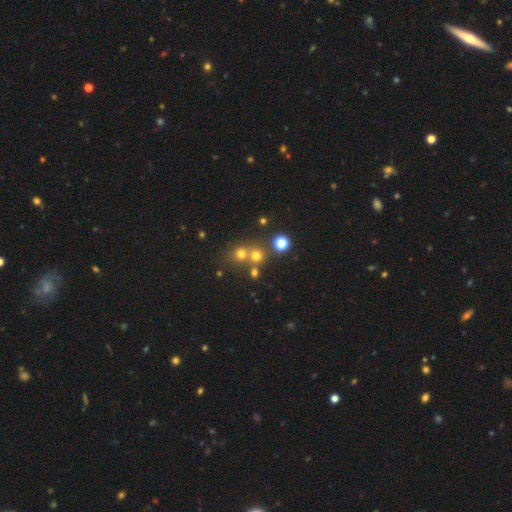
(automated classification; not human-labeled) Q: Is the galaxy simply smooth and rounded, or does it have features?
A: smooth — 64%.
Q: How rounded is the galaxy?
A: round — 88%.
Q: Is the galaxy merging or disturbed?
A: none — 55%.